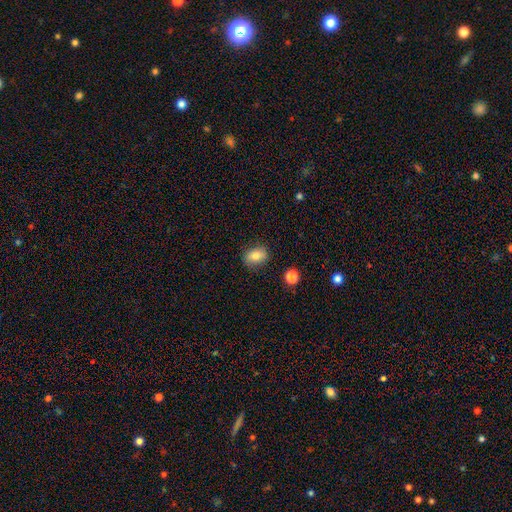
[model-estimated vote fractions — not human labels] This is clearly a smooth galaxy (80%). How rounded: likely in between (69%). Merging: clearly none (82%).